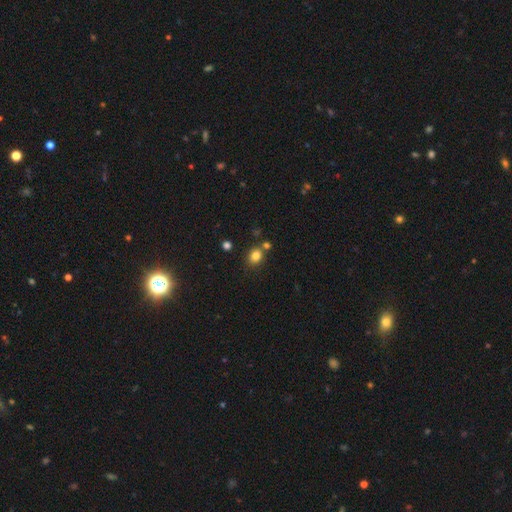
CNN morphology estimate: Overall: smooth (81%). How rounded: round (60%; in between 39%). Merging: none (71%).